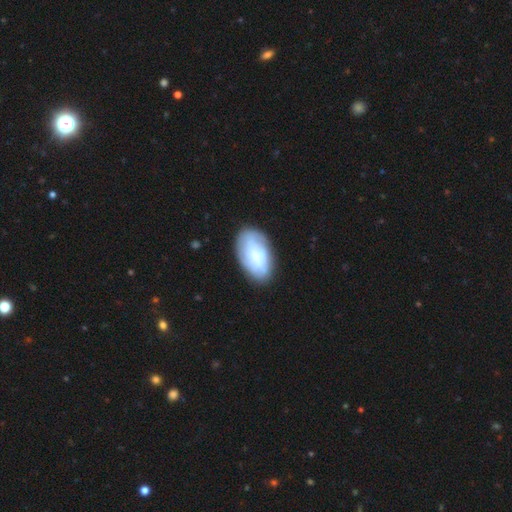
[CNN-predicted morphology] A smooth galaxy with no disk features (53%) that is in between round and cigar-shaped (93%). Merging: none (72%).